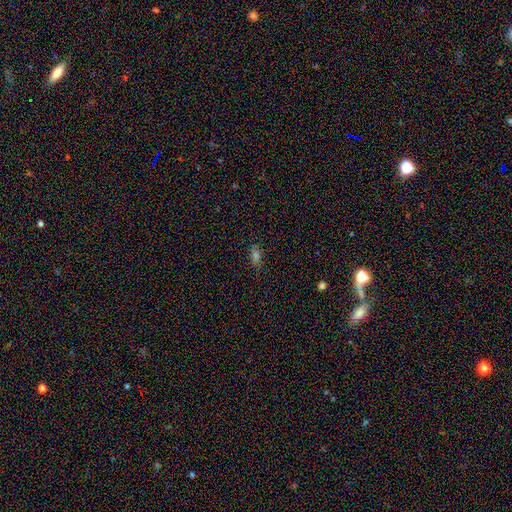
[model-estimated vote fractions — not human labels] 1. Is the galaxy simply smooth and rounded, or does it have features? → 68% smooth, 24% star or artifact, 8% featured or disk.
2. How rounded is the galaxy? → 81% in between, 10% cigar-shaped, 9% round.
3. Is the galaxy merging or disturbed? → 82% none, 13% minor disturbance, 3% major disturbance, 2% merger.